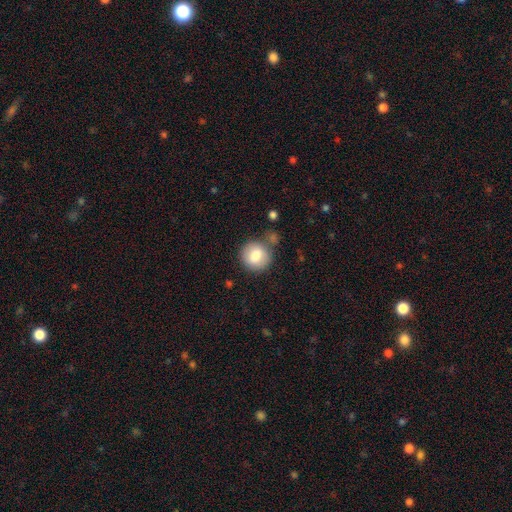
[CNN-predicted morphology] Smooth or featured? smooth (80%)
How rounded? round (88%)
Merging? none (73%)